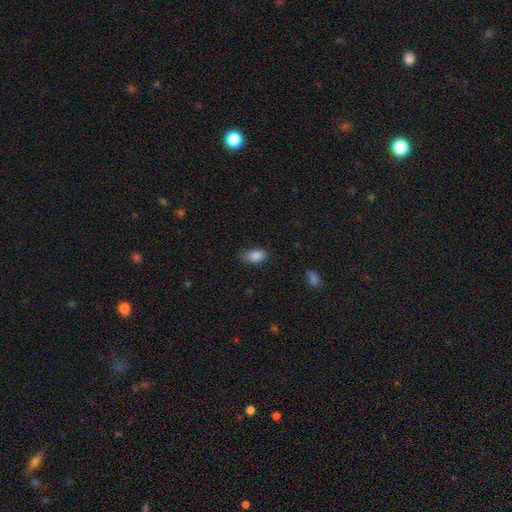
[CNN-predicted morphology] smooth 87%, star or artifact 8%, featured or disk 5%. Down the decision tree: how rounded — in between (90%); merging — none (63%).